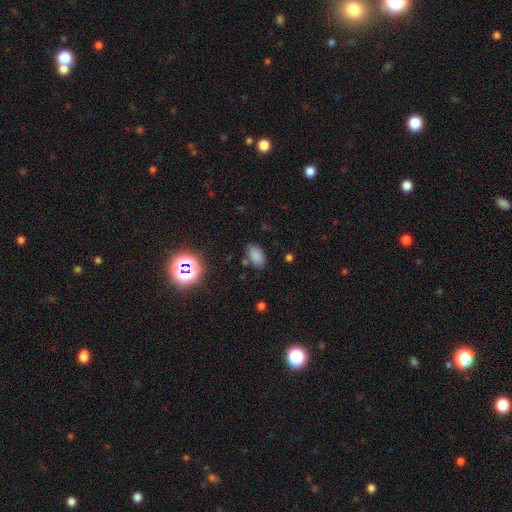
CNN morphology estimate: Q: Smooth or featured?
A: smooth (79%); runner-up: star or artifact (16%)
Q: How rounded?
A: in between (90%); runner-up: round (8%)
Q: Merging?
A: none (80%); runner-up: minor disturbance (13%)